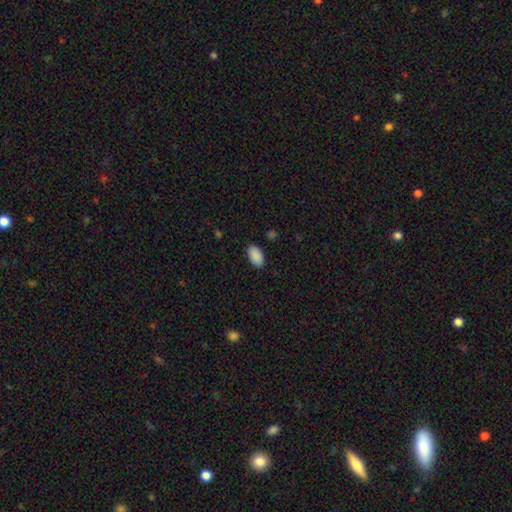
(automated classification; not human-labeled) Q: Smooth or featured?
A: smooth (90%); runner-up: star or artifact (7%)
Q: How rounded?
A: in between (95%); runner-up: round (3%)
Q: Merging?
A: none (87%); runner-up: minor disturbance (9%)